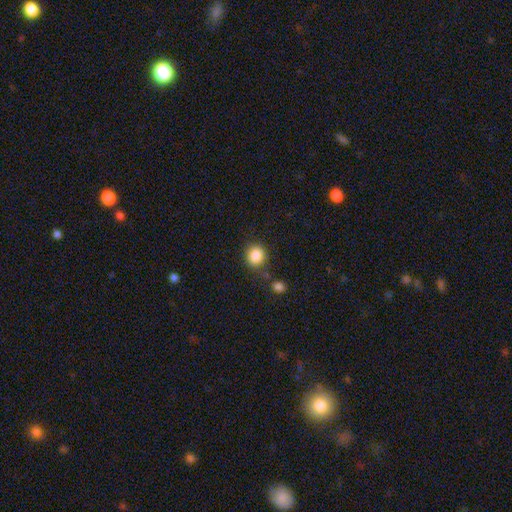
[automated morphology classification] smooth-or-featured: smooth: 86% | star or artifact: 10% | featured or disk: 4%
  how-rounded: round: 84% | in between: 15% | cigar-shaped: 1%
  merging: none: 77% | minor disturbance: 13% | merger: 6% | major disturbance: 4%